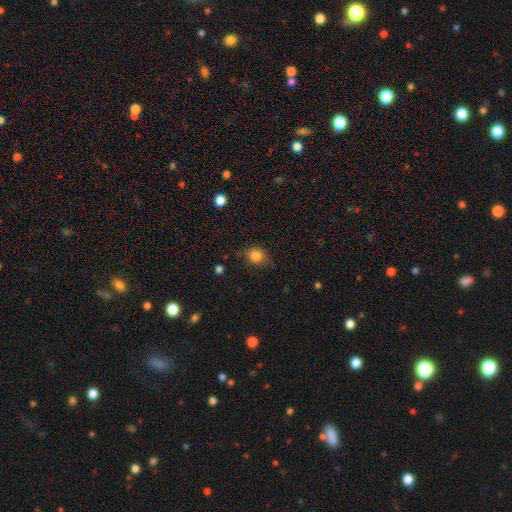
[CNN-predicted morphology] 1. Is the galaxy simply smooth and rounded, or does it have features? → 83% smooth, 11% star or artifact, 7% featured or disk.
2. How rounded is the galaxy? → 61% round, 38% in between, 1% cigar-shaped.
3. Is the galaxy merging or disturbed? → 73% none, 21% minor disturbance, 5% major disturbance, 1% merger.